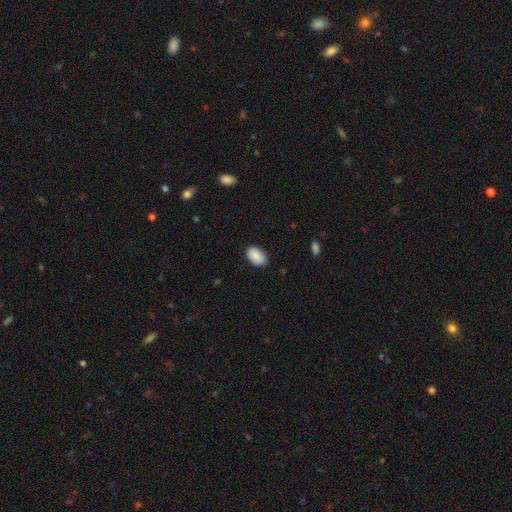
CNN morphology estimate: smooth-or-featured: smooth: 89% | star or artifact: 6% | featured or disk: 4%
  how-rounded: in between: 93% | round: 6% | cigar-shaped: 1%
  merging: none: 85% | minor disturbance: 12% | major disturbance: 2% | merger: 1%